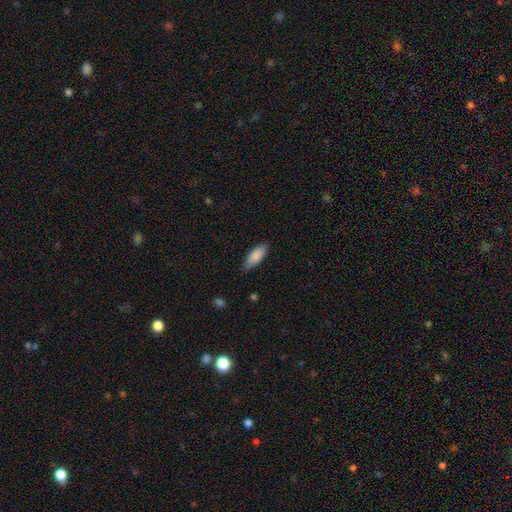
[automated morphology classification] Overall: smooth (86%). How rounded: in between (74%). Merging: none (82%).